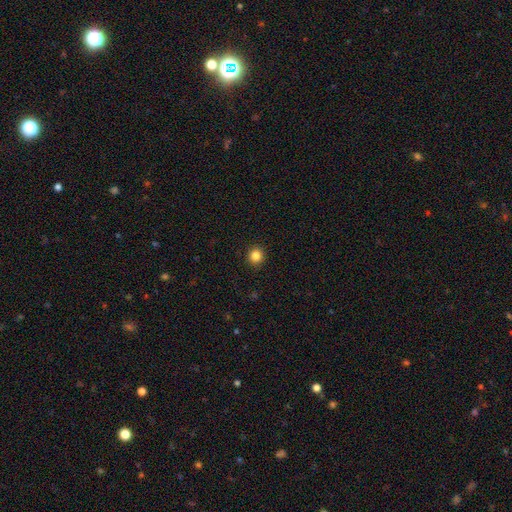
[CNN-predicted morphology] A smooth galaxy with no disk features (84%) that is round (92%).

Vote fractions:
- Smooth or featured? smooth: 84% / star or artifact: 12% / featured or disk: 4%
- How rounded? round: 92% / in between: 7% / cigar-shaped: 1%
- Merging? none: 93% / minor disturbance: 5% / major disturbance: 2% / merger: 1%